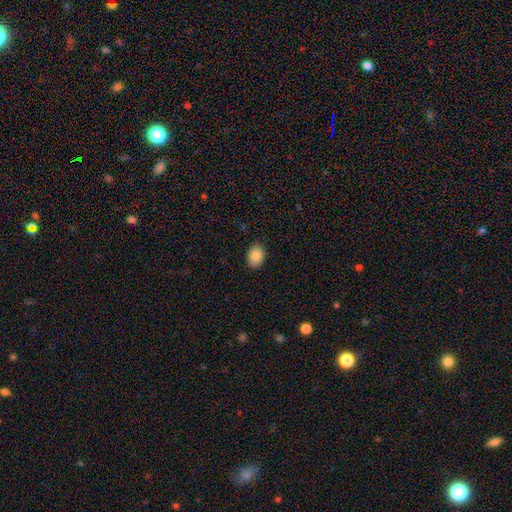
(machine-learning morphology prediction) Q: Smooth or featured?
A: smooth (87%); runner-up: star or artifact (7%)
Q: How rounded?
A: in between (80%); runner-up: round (19%)
Q: Merging?
A: none (88%); runner-up: minor disturbance (9%)